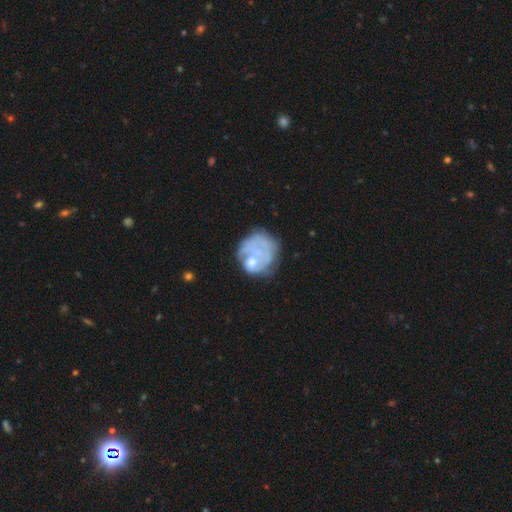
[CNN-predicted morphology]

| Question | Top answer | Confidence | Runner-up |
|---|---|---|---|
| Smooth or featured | featured or disk | 56% | smooth (35%) |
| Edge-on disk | no | 98% | yes (2%) |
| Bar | no | 88% | weak (10%) |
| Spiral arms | no | 66% | yes (34%) |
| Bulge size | moderate | 35% | small (29%) |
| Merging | none | 45% | minor disturbance (24%) |